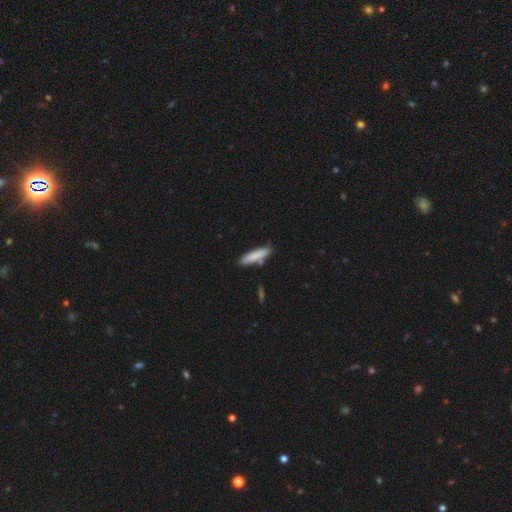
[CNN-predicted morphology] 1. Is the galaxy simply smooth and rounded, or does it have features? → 83% smooth, 11% featured or disk, 6% star or artifact.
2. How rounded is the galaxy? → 75% cigar-shaped, 23% in between, 1% round.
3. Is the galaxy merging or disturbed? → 78% none, 14% minor disturbance, 5% merger, 3% major disturbance.